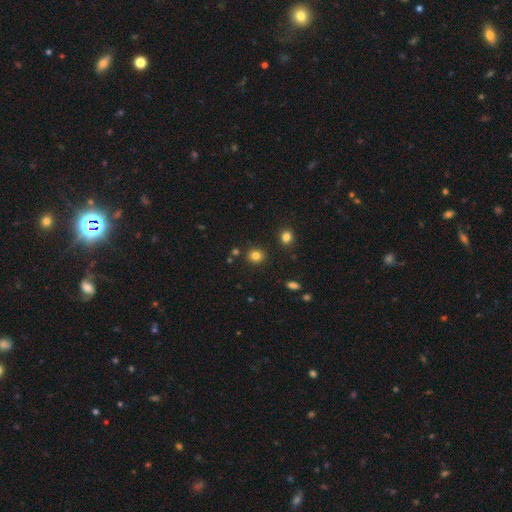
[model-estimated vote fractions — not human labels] smooth-or-featured: smooth: 82% | star or artifact: 12% | featured or disk: 6%
  how-rounded: round: 82% | in between: 17% | cigar-shaped: 1%
  merging: none: 86% | minor disturbance: 8% | merger: 4% | major disturbance: 2%